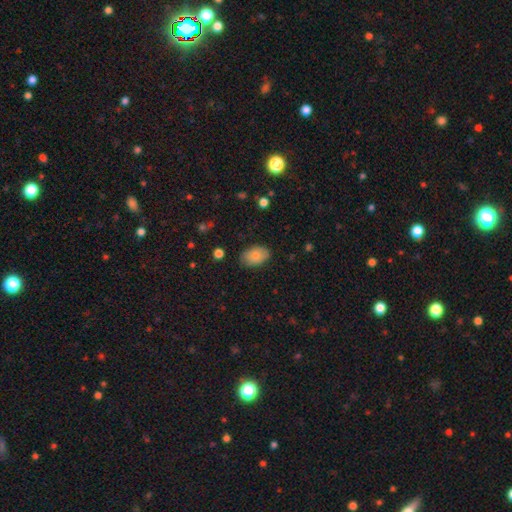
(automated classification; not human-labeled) Morphology: type=smooth (80%); roundness=in between (88%); merging=none (82%).